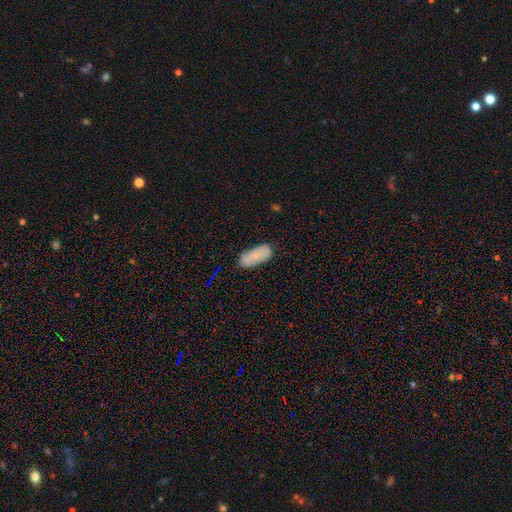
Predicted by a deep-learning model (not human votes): This is likely a smooth galaxy (76%). How rounded: clearly in between (85%). Merging: likely none (73%).